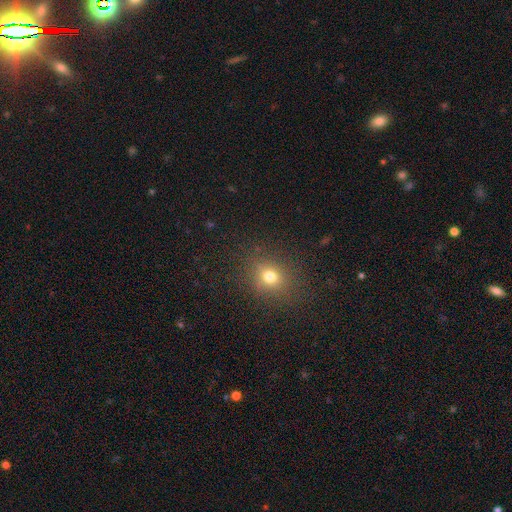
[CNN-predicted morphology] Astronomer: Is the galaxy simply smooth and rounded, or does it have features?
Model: smooth — 64%.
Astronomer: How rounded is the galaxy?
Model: round — 72%.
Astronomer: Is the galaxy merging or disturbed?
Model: none — 90%.